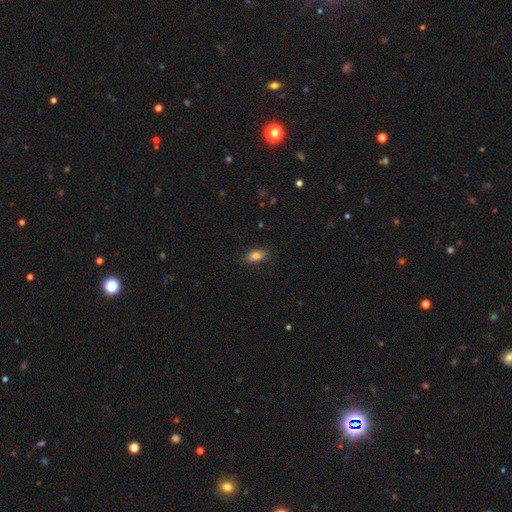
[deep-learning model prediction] Smooth or featured?
  - smooth: 84% *
  - star or artifact: 9%
  - featured or disk: 7%
How rounded?
  - in between: 88% *
  - round: 7%
  - cigar-shaped: 5%
Merging?
  - none: 85% *
  - minor disturbance: 11%
  - major disturbance: 3%
  - merger: 1%